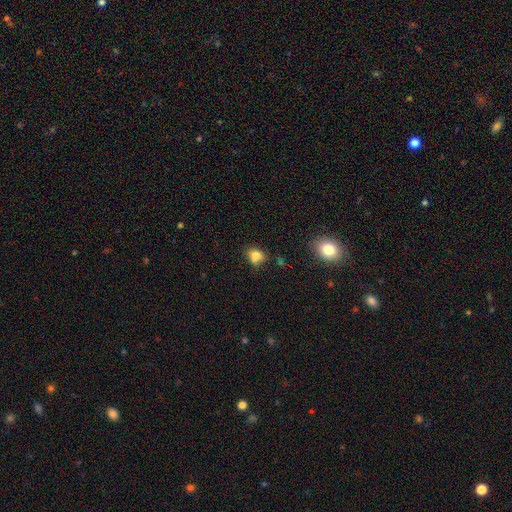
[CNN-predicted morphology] type=smooth (76%); roundness=in between (52%); merging=none (50%).